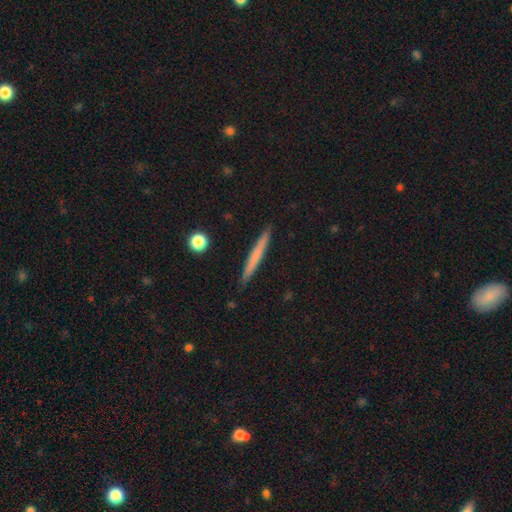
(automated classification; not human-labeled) Q: Smooth or featured?
A: smooth (61%); runner-up: featured or disk (33%)
Q: How rounded?
A: cigar-shaped (97%); runner-up: in between (2%)
Q: Merging?
A: none (91%); runner-up: minor disturbance (7%)